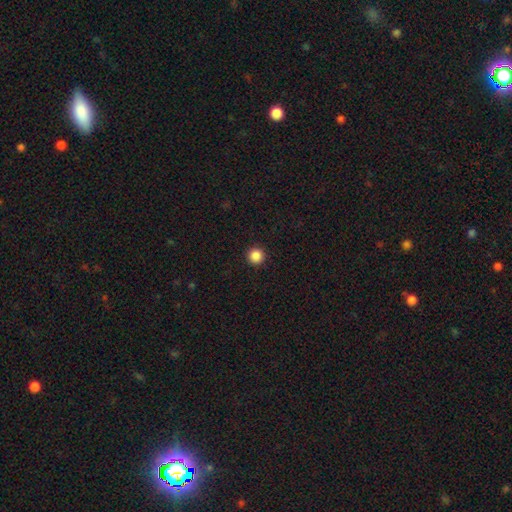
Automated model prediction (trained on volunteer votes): smooth 87%, star or artifact 10%, featured or disk 3%. Down the decision tree: how rounded — round (96%); merging — none (94%).